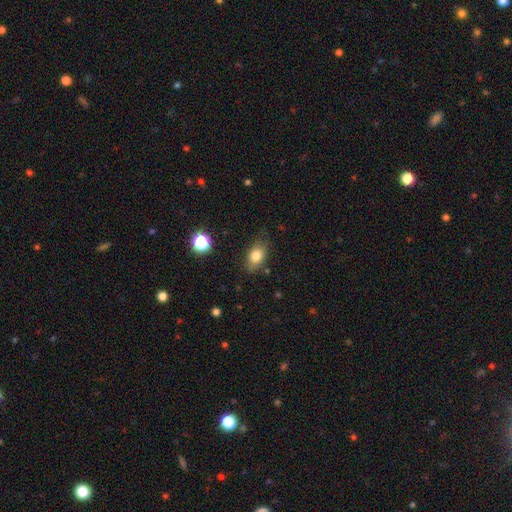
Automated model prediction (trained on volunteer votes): This is likely a smooth galaxy (80%). How rounded: clearly in between (81%). Merging: likely none (75%).